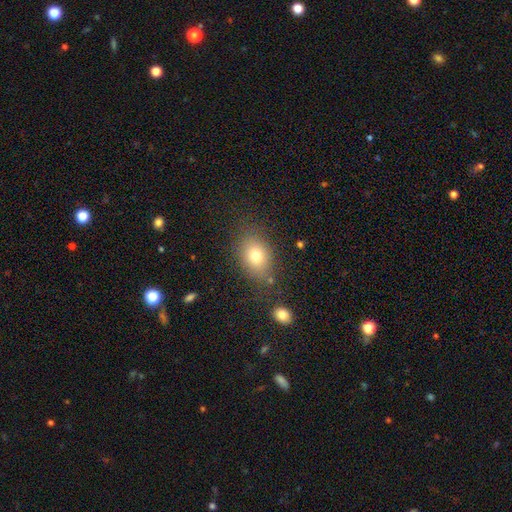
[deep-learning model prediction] Smooth or featured? smooth (76%)
How rounded? in between (69%)
Merging? none (76%)